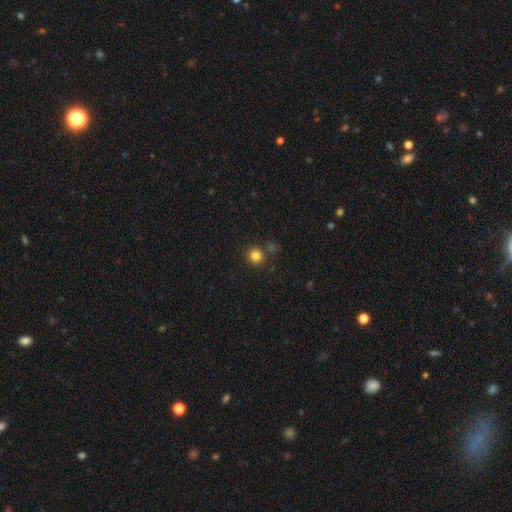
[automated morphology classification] smooth-or-featured: smooth: 83% | star or artifact: 13% | featured or disk: 5%
  how-rounded: round: 92% | in between: 7% | cigar-shaped: 1%
  merging: none: 82% | merger: 8% | minor disturbance: 8% | major disturbance: 3%